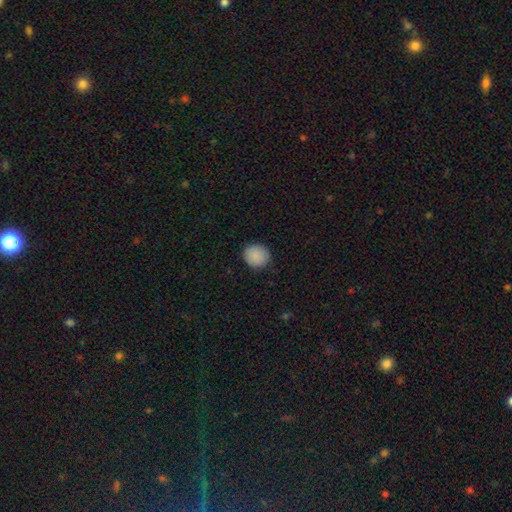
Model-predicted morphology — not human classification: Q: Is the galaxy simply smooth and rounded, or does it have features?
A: smooth — 89%.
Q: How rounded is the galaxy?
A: round — 87%.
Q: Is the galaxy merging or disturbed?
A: none — 89%.